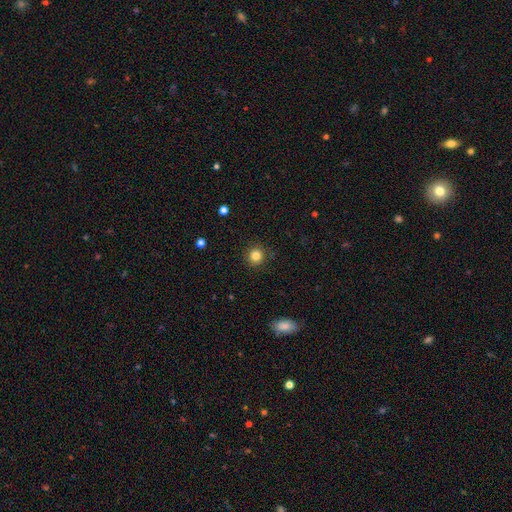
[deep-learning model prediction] Overall: smooth (84%). How rounded: round (94%). Merging: none (90%).